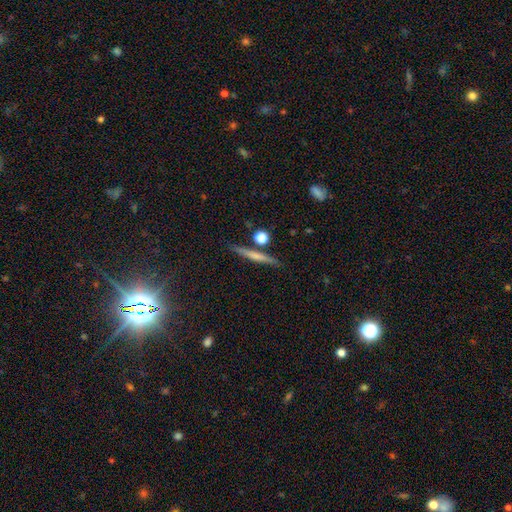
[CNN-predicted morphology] smooth 50%, featured or disk 42%, star or artifact 8%. Down the decision tree: how rounded — cigar-shaped (89%); merging — none (83%).